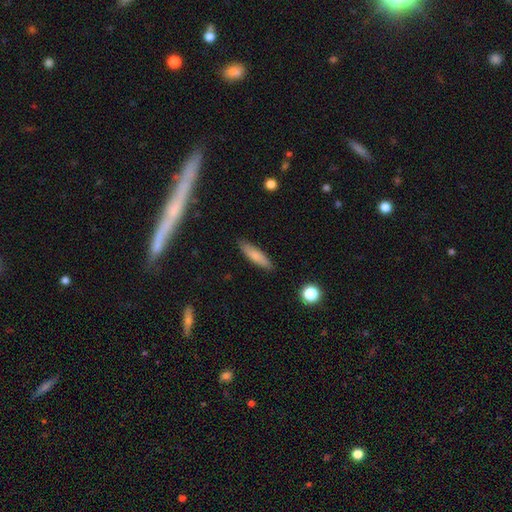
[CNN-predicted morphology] Smooth or featured: smooth — 79% (featured or disk — 15%)
How rounded: cigar-shaped — 70% (in between — 28%)
Merging: none — 86% (minor disturbance — 11%)